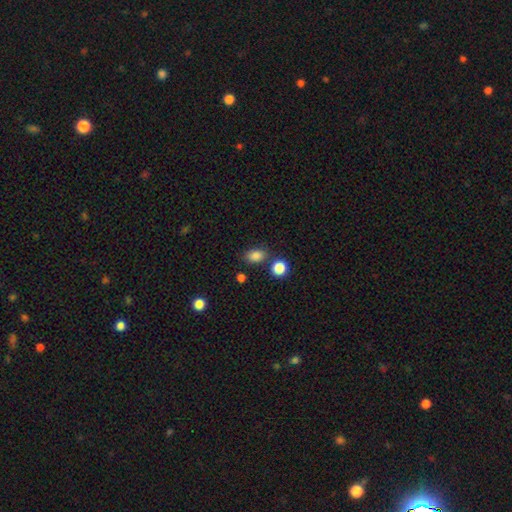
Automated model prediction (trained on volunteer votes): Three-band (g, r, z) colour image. It shows a smooth galaxy with no disk features (85%) that is in between round and cigar-shaped (78%). Merging: none (77%).